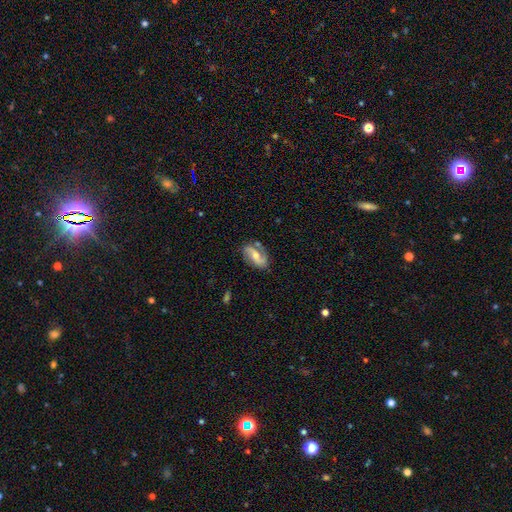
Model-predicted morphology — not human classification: Q: Smooth or featured?
A: featured or disk (78%); runner-up: smooth (16%)
Q: Edge-on disk?
A: no (95%); runner-up: yes (5%)
Q: Bar?
A: weak (37%); runner-up: no (36%)
Q: Spiral arms?
A: yes (93%); runner-up: no (7%)
Q: Spiral winding?
A: loose (45%); runner-up: medium (37%)
Q: Spiral arm count?
A: 2 (88%); runner-up: 1 (5%)
Q: Bulge size?
A: moderate (57%); runner-up: small (35%)
Q: Merging?
A: none (74%); runner-up: minor disturbance (17%)